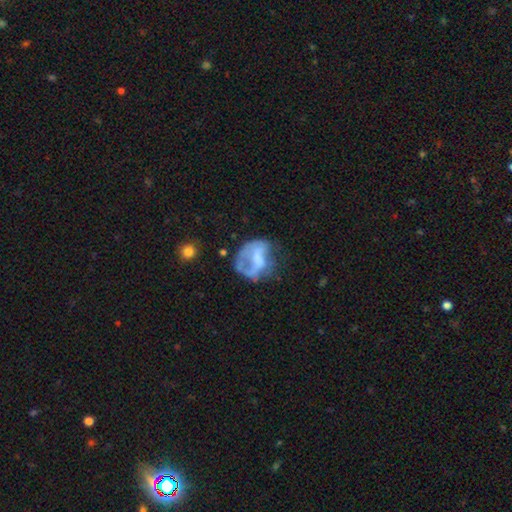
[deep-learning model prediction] A featured or disk galaxy (50%). Merging: major disturbance (39%).